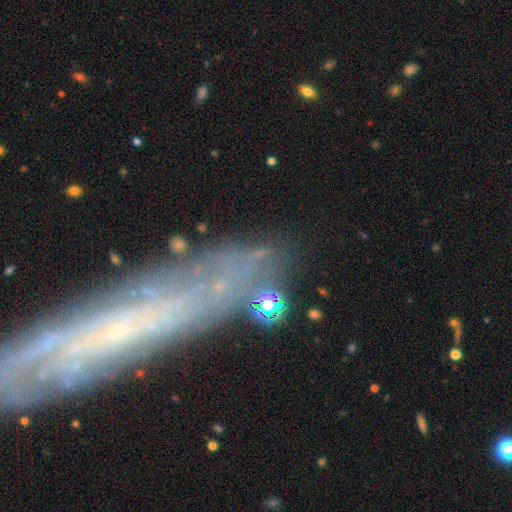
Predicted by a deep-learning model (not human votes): A featured or disk galaxy (38%). Merging: none (66%).